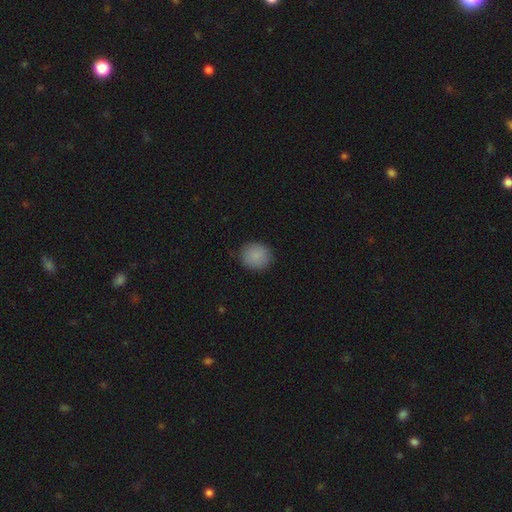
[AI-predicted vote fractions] A smooth galaxy with no disk features (87%) that is round (81%).

Vote fractions:
- Smooth or featured? smooth: 87% / star or artifact: 8% / featured or disk: 5%
- How rounded? round: 81% / in between: 18% / cigar-shaped: 1%
- Merging? none: 85% / minor disturbance: 12% / major disturbance: 3% / merger: 1%